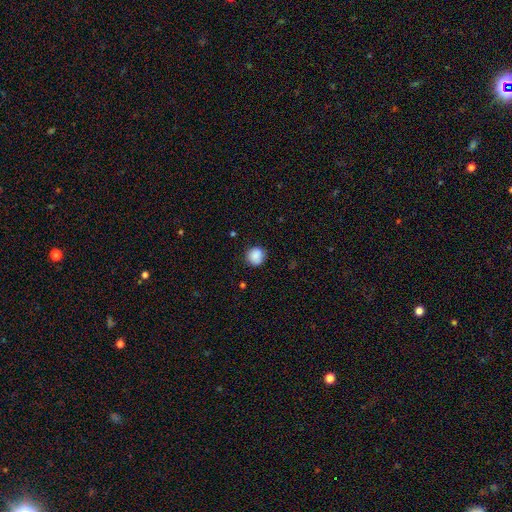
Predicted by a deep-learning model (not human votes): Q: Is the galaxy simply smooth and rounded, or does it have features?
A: smooth — 88%.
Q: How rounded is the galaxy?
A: round — 91%.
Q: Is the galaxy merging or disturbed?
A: none — 86%.